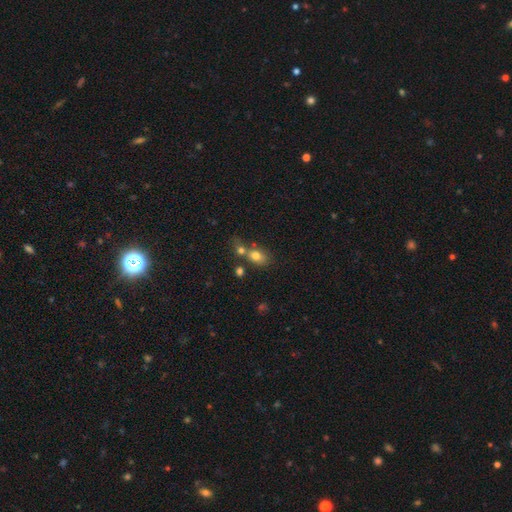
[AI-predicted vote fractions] Morphology: type=smooth (76%); roundness=in between (68%); merging=merger (46%).